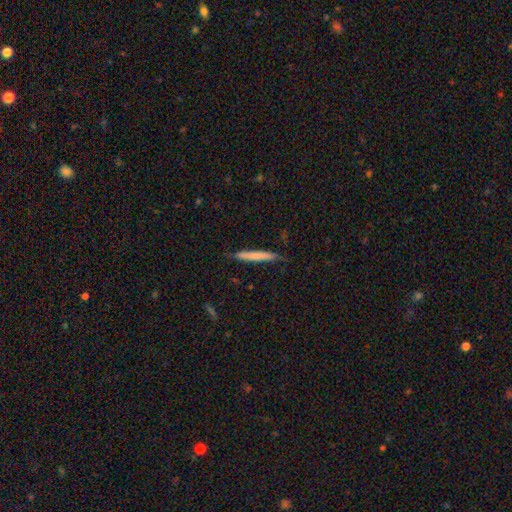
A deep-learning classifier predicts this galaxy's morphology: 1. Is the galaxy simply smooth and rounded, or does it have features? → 69% smooth, 25% featured or disk, 5% star or artifact.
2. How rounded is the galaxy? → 96% cigar-shaped, 3% in between, 1% round.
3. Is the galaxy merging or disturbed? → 81% none, 15% minor disturbance, 2% major disturbance, 1% merger.